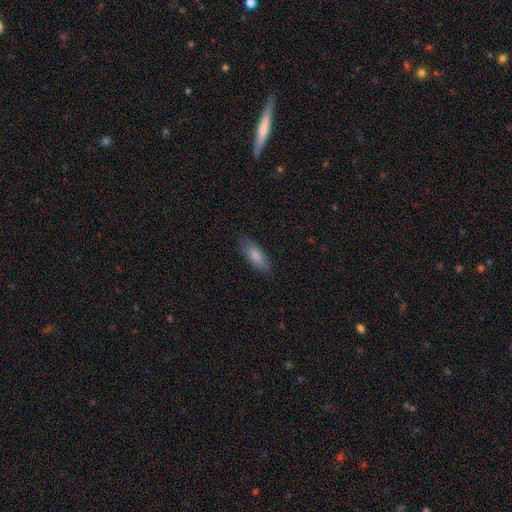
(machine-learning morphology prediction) The model was most divided on "how rounded": in between: 74%, cigar-shaped: 24%, round: 2%. More confident: merging — none (82%); smooth or featured — smooth (82%).